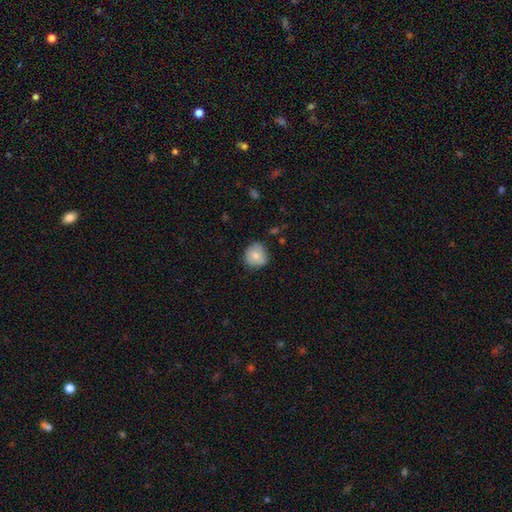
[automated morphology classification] Q: Smooth or featured?
A: smooth (75%); runner-up: featured or disk (17%)
Q: How rounded?
A: round (83%); runner-up: in between (16%)
Q: Merging?
A: none (70%); runner-up: minor disturbance (24%)